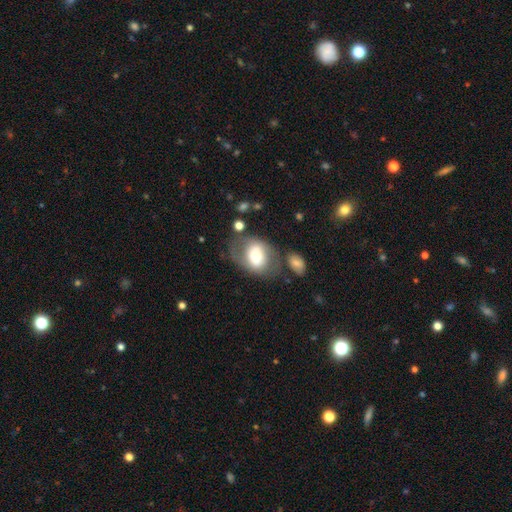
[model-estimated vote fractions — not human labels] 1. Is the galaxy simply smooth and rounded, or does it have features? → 55% smooth, 37% featured or disk, 8% star or artifact.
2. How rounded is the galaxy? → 65% in between, 34% round, 1% cigar-shaped.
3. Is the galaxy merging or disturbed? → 54% none, 20% minor disturbance, 14% major disturbance, 12% merger.